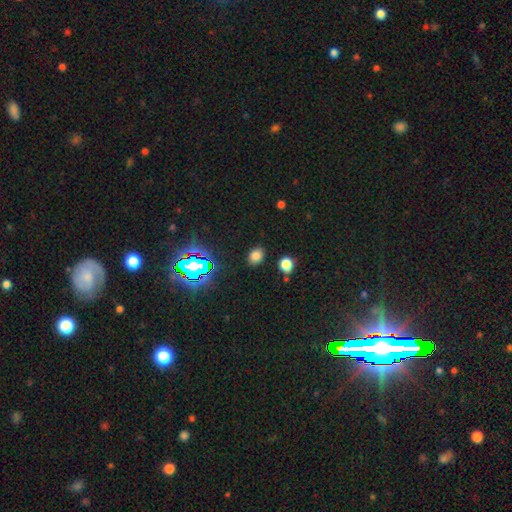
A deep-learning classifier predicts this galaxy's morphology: smooth_or_featured: smooth (p=0.74) [alt: star or artifact p=0.20]
how_rounded: in between (p=0.62) [alt: round p=0.37]
merging: none (p=0.85) [alt: minor disturbance p=0.10]